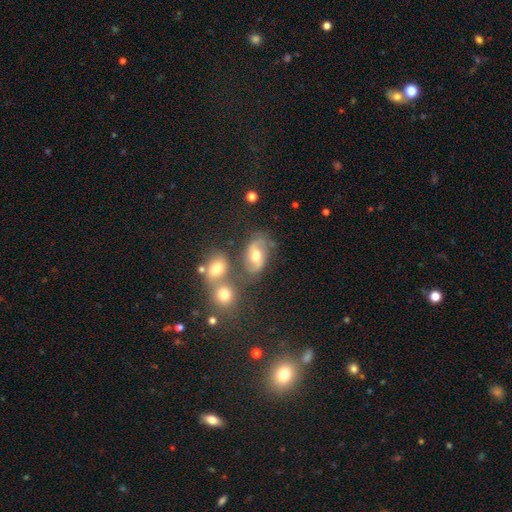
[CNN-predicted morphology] featured or disk 52%, smooth 35%, star or artifact 13%. Down the decision tree: edge-on disk — no (96%); merging — none (60%).